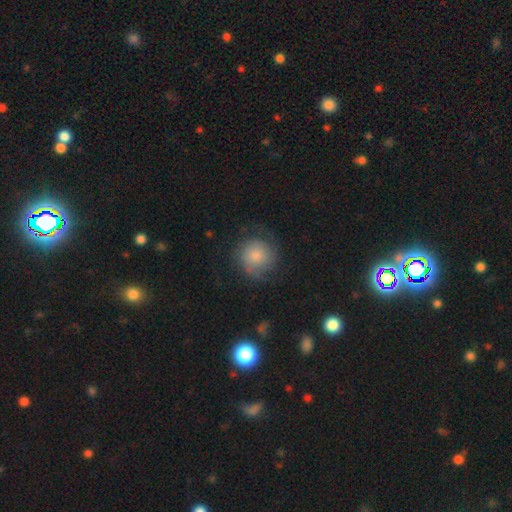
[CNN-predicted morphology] Smooth or featured: smooth — 54% (featured or disk — 38%)
How rounded: round — 90% (in between — 9%)
Merging: none — 64% (minor disturbance — 20%)